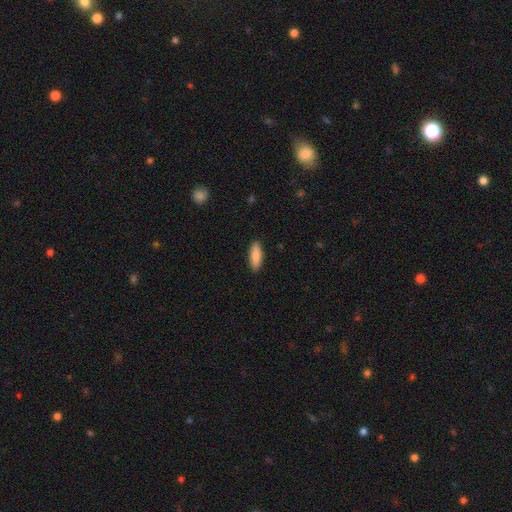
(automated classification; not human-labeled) smooth_or_featured: smooth (p=0.86) [alt: featured or disk p=0.08]
how_rounded: in between (p=0.59) [alt: cigar-shaped p=0.39]
merging: none (p=0.90) [alt: minor disturbance p=0.08]